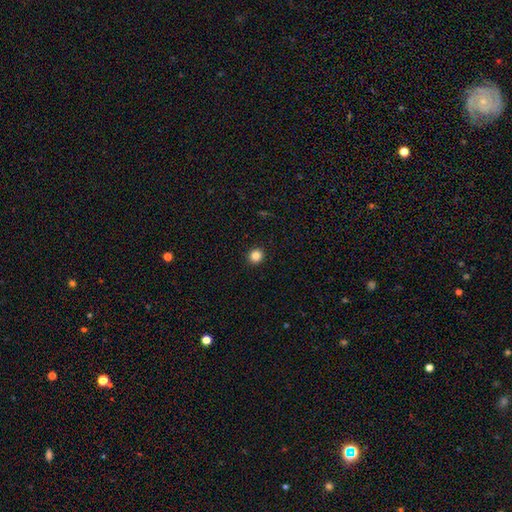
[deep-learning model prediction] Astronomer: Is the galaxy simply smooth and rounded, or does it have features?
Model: smooth — 84%.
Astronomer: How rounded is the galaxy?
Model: round — 91%.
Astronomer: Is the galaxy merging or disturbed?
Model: none — 93%.